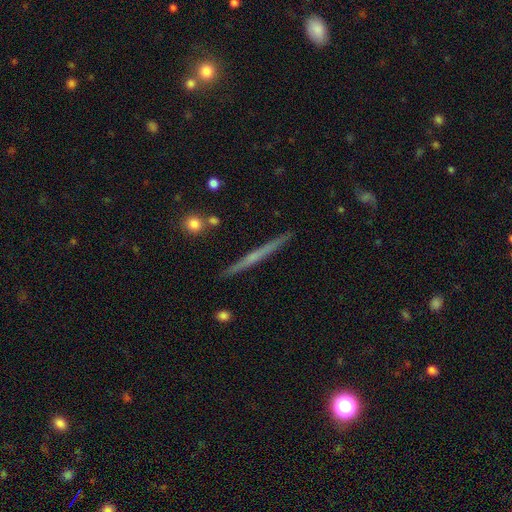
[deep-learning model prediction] Smooth or featured: featured or disk — 62% (smooth — 31%)
Edge-on disk: yes — 98% (no — 2%)
Edge-on bulge: none — 73% (rounded — 22%)
Merging: none — 91% (minor disturbance — 6%)